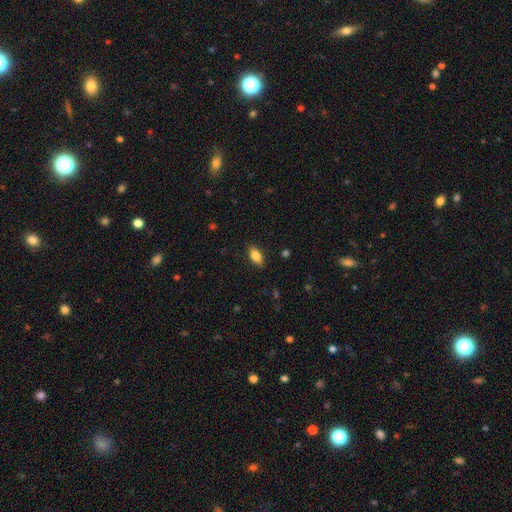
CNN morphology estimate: This appears to be a smooth galaxy with no disk features (84%) that is in between round and cigar-shaped (89%). Merging: none (88%).